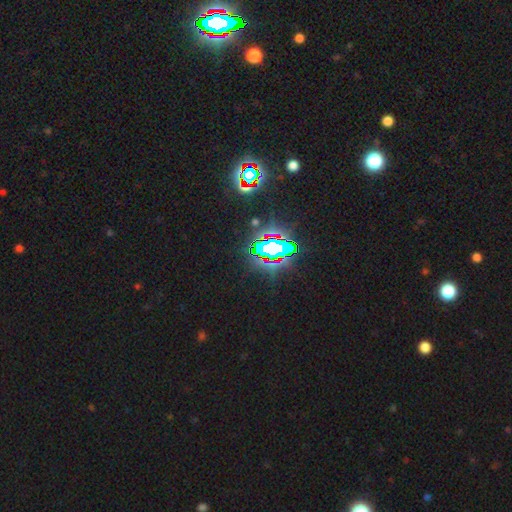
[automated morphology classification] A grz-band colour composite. It shows a star or artifact, not a galaxy (80%).